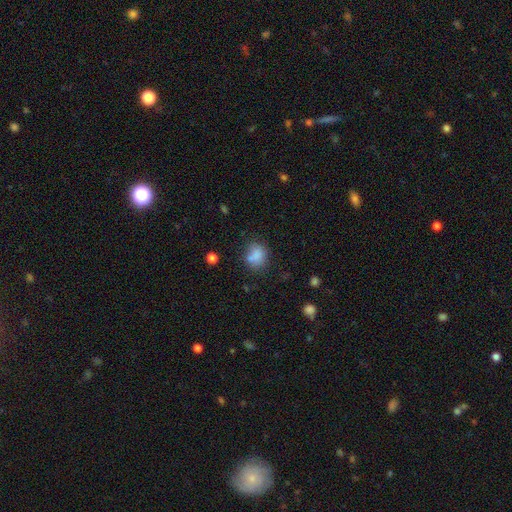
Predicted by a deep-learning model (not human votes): Smooth or featured? Predicted: smooth (p=0.79). How rounded? Predicted: round (p=0.58). Merging? Predicted: none (p=0.59).